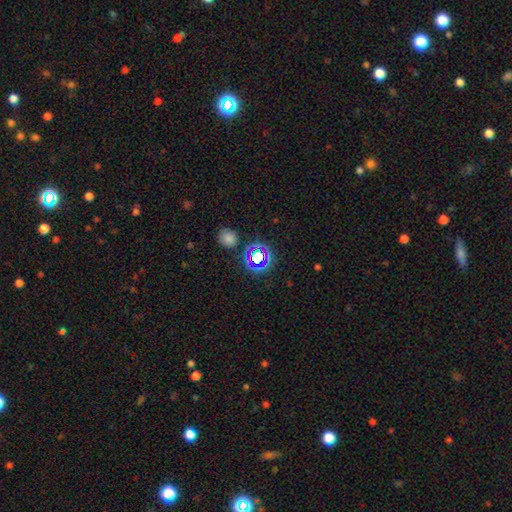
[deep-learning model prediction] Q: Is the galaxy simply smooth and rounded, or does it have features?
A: star or artifact — 56%.